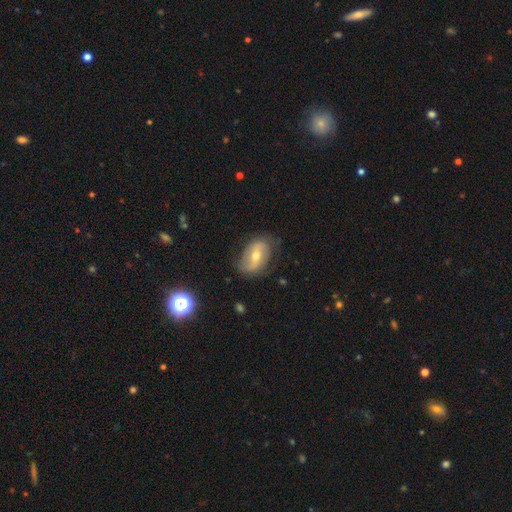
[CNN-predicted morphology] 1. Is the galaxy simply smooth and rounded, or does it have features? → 50% featured or disk, 42% smooth, 8% star or artifact.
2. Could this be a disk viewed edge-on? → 92% no, 8% yes.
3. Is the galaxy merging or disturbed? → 72% none, 20% minor disturbance, 6% major disturbance, 1% merger.